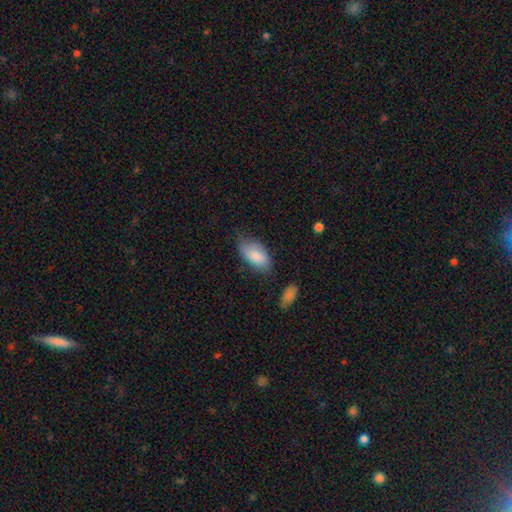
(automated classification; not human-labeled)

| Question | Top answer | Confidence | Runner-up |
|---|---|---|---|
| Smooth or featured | smooth | 81% | featured or disk (12%) |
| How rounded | in between | 94% | cigar-shaped (3%) |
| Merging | none | 57% | minor disturbance (32%) |